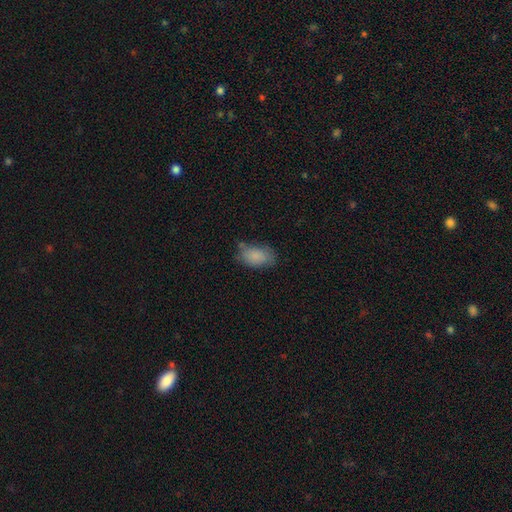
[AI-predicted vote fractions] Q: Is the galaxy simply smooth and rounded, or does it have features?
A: smooth — 84%.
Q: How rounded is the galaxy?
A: in between — 91%.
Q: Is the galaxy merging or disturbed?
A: none — 62%.